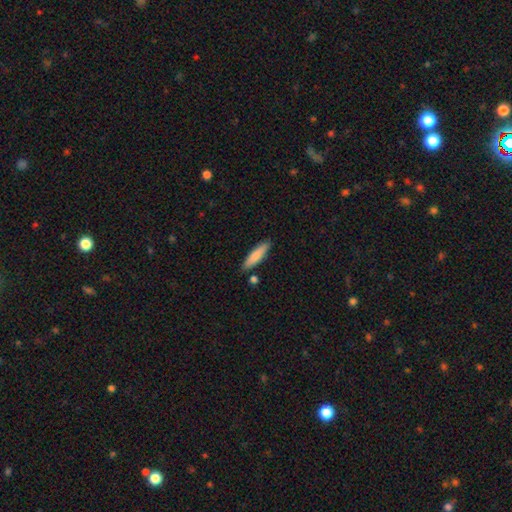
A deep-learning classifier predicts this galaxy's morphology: Smooth or featured? Predicted: smooth (p=0.81). How rounded? Predicted: cigar-shaped (p=0.73). Merging? Predicted: none (p=0.85).